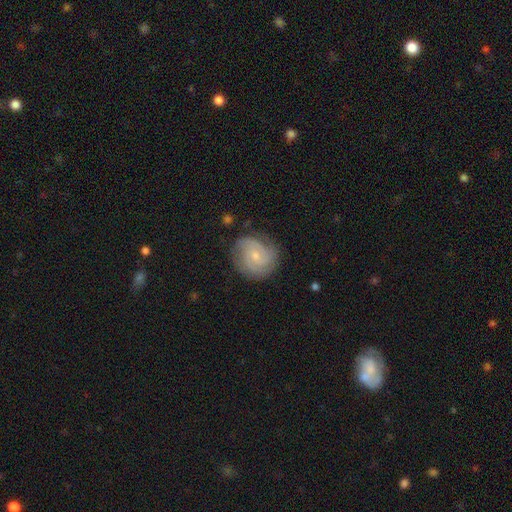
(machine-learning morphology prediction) Smooth or featured? Predicted: featured or disk (p=0.79). Edge-on disk? Predicted: no (p=0.98). Bar? Predicted: no (p=0.61). Spiral arms? Predicted: yes (p=0.96). Spiral winding? Predicted: tight (p=0.59). Spiral arm count? Predicted: 2 (p=0.38). Bulge size? Predicted: small (p=0.68). Merging? Predicted: none (p=0.79).